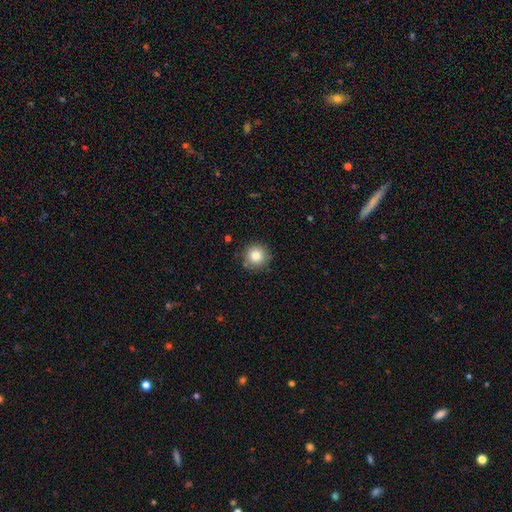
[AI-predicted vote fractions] This is clearly a smooth galaxy (81%). How rounded: clearly round (95%). Merging: clearly none (87%).